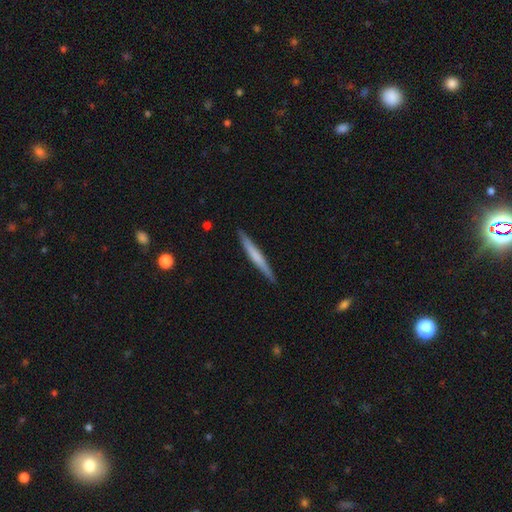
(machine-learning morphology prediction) Smooth or featured: smooth — 53% (featured or disk — 42%)
How rounded: cigar-shaped — 96% (in between — 2%)
Merging: none — 90% (minor disturbance — 7%)